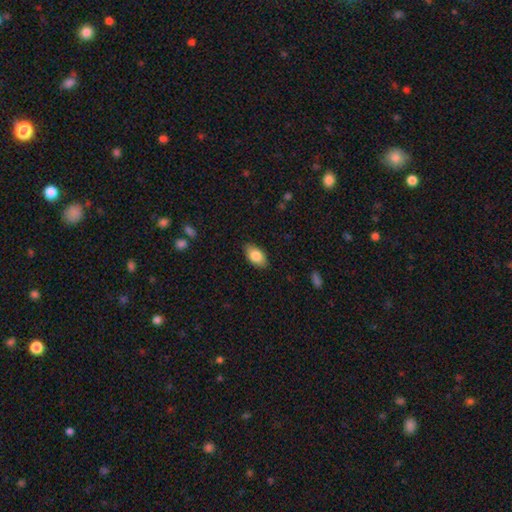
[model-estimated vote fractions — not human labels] smooth_or_featured: smooth (p=0.84) [alt: featured or disk p=0.10]
how_rounded: in between (p=0.93) [alt: round p=0.05]
merging: none (p=0.86) [alt: minor disturbance p=0.11]